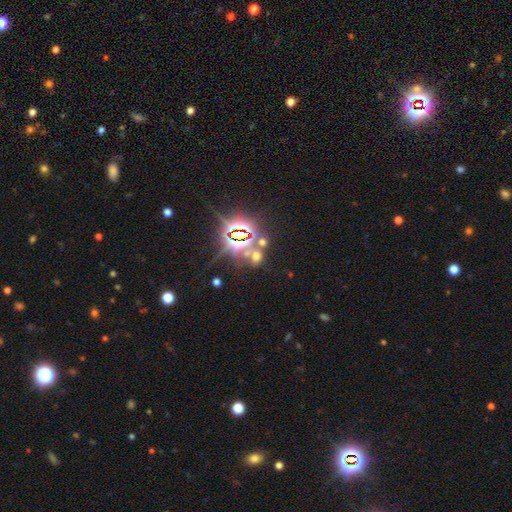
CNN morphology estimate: Smooth or featured? Predicted: star or artifact (p=0.60).